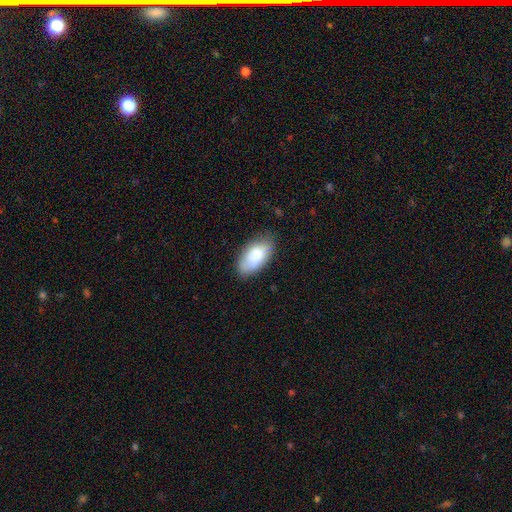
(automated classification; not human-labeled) Overall: smooth (84%). How rounded: in between (94%). Merging: none (74%).